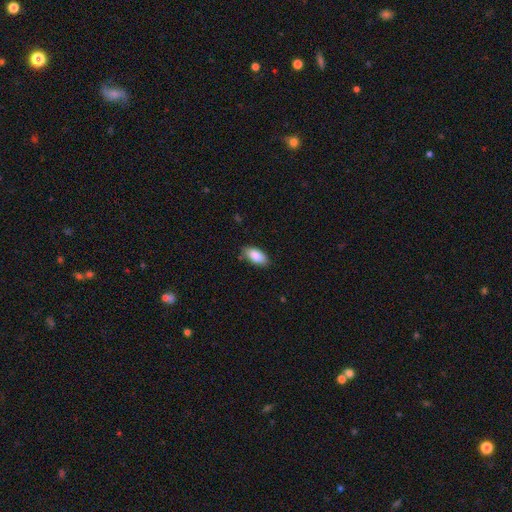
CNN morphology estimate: A smooth galaxy with no disk features (88%) that is in between round and cigar-shaped (91%). Merging: none (81%).